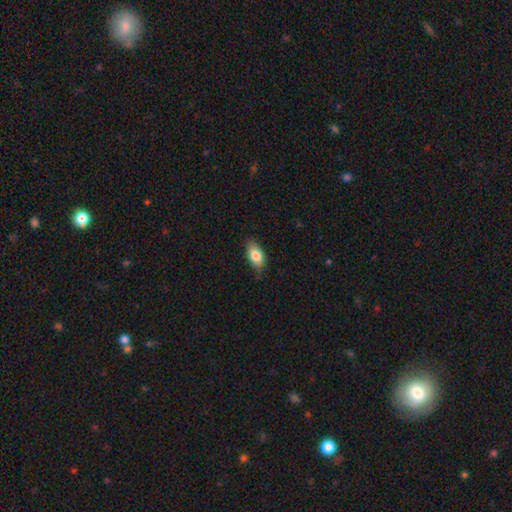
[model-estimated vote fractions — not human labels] This appears to be a smooth galaxy with no disk features (82%) that is in between round and cigar-shaped (89%). Merging: none (78%).